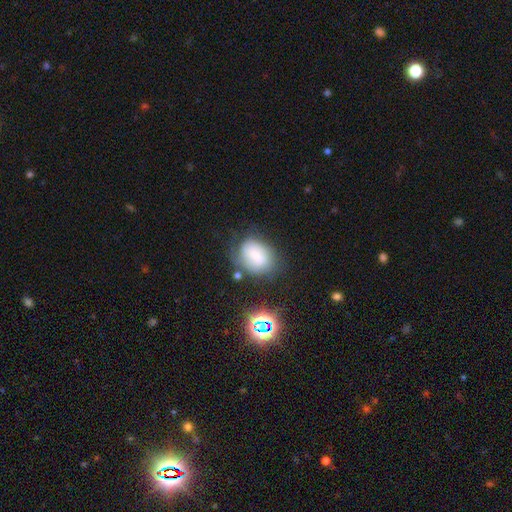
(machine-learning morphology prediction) This is possibly a smooth galaxy (59%). How rounded: possibly in between (58%). Merging: possibly none (56%).